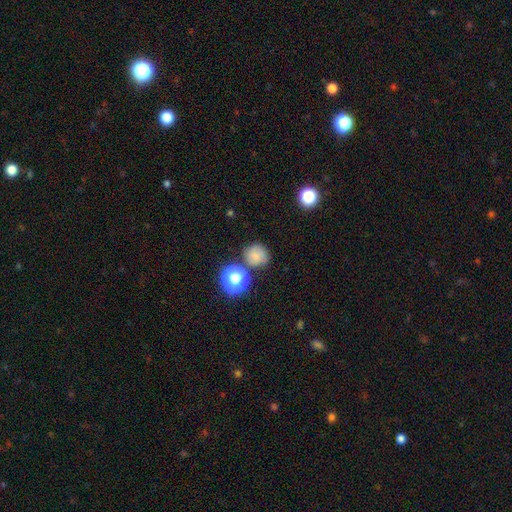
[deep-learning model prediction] This is likely a smooth galaxy (73%). How rounded: clearly round (87%). Merging: likely none (68%).